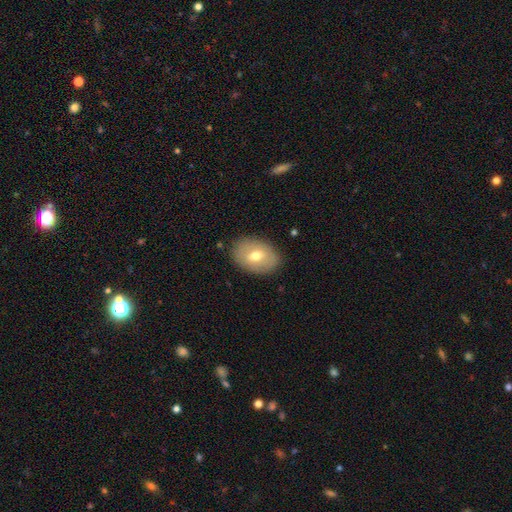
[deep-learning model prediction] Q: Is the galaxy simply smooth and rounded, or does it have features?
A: smooth — 61%.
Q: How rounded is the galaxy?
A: in between — 79%.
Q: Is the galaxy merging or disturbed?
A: none — 85%.